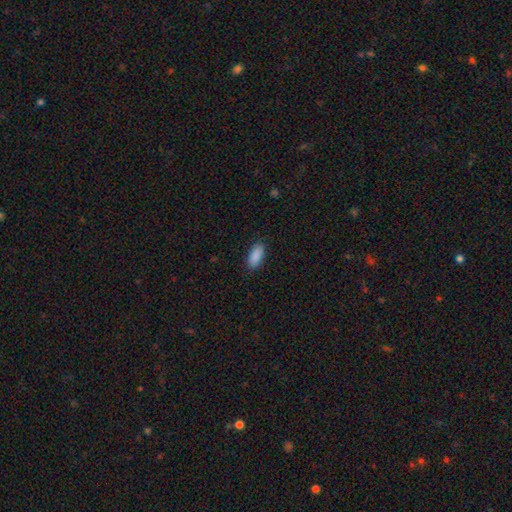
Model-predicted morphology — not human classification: smooth_or_featured: smooth (p=0.90) [alt: star or artifact p=0.06]
how_rounded: in between (p=0.88) [alt: cigar-shaped p=0.10]
merging: none (p=0.88) [alt: minor disturbance p=0.09]